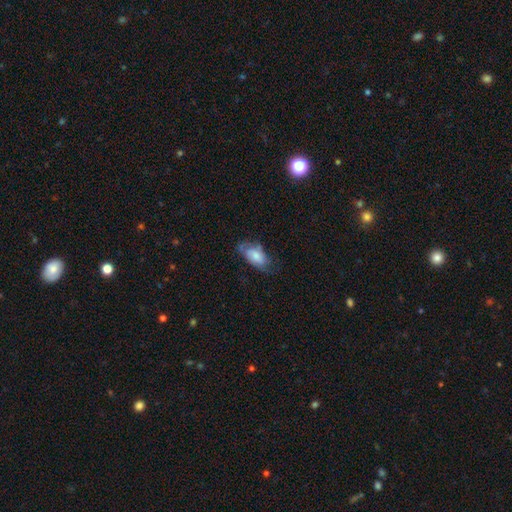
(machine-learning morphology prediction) Smooth or featured?
  - smooth: 65% *
  - featured or disk: 28%
  - star or artifact: 7%
How rounded?
  - in between: 91% *
  - cigar-shaped: 6%
  - round: 3%
Merging?
  - none: 49% *
  - minor disturbance: 32%
  - major disturbance: 17%
  - merger: 2%